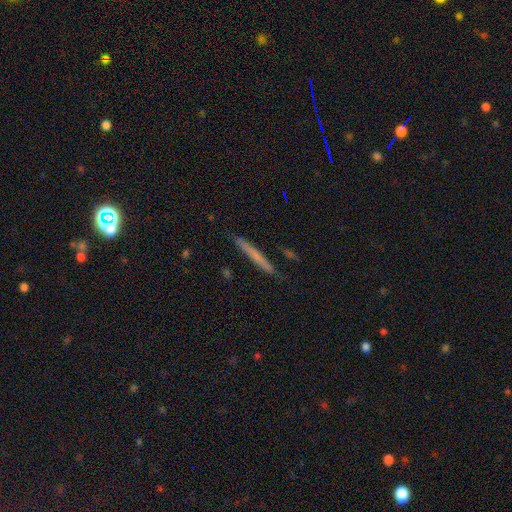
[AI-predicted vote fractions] This appears to be a smooth galaxy with no disk features (59%) that is cigar-shaped (96%). Merging: none (87%).